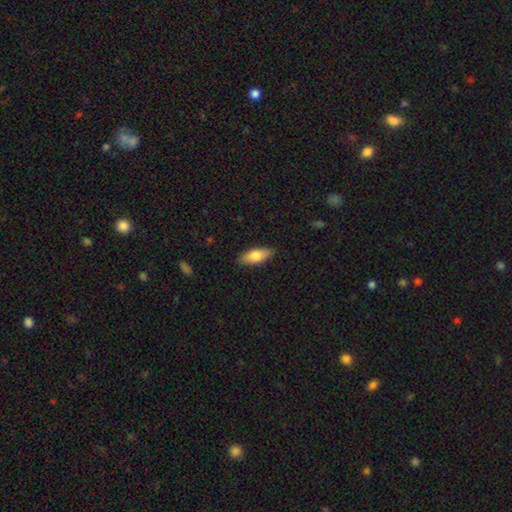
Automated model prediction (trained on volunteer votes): The model was most divided on "smooth or featured": smooth: 78%, featured or disk: 16%, star or artifact: 6%. More confident: merging — none (87%); how rounded — in between (80%).